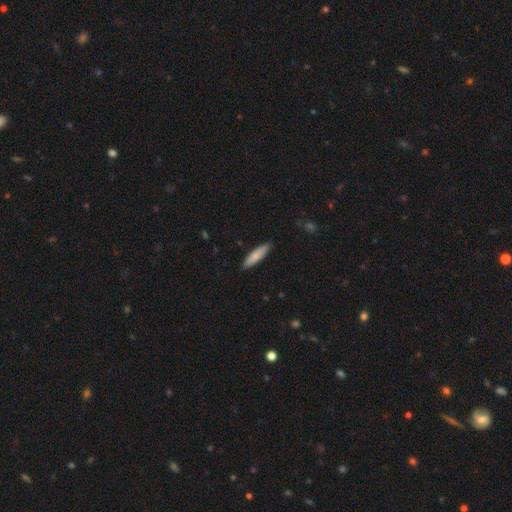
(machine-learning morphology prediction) smooth_or_featured: smooth (p=0.83) [alt: featured or disk p=0.12]
how_rounded: cigar-shaped (p=0.73) [alt: in between p=0.25]
merging: none (p=0.88) [alt: minor disturbance p=0.09]